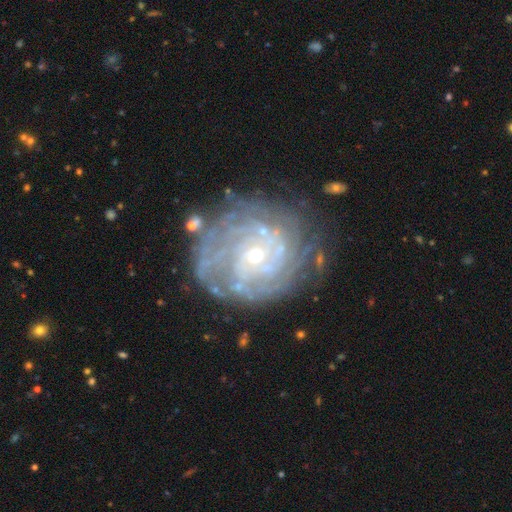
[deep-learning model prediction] Q: Smooth or featured?
A: featured or disk (86%); runner-up: smooth (8%)
Q: Edge-on disk?
A: no (98%); runner-up: yes (2%)
Q: Bar?
A: no (74%); runner-up: weak (21%)
Q: Spiral arms?
A: yes (93%); runner-up: no (7%)
Q: Spiral winding?
A: tight (77%); runner-up: medium (19%)
Q: Spiral arm count?
A: can't tell (40%); runner-up: more than 4 (17%)
Q: Bulge size?
A: small (70%); runner-up: moderate (26%)
Q: Merging?
A: none (73%); runner-up: minor disturbance (17%)